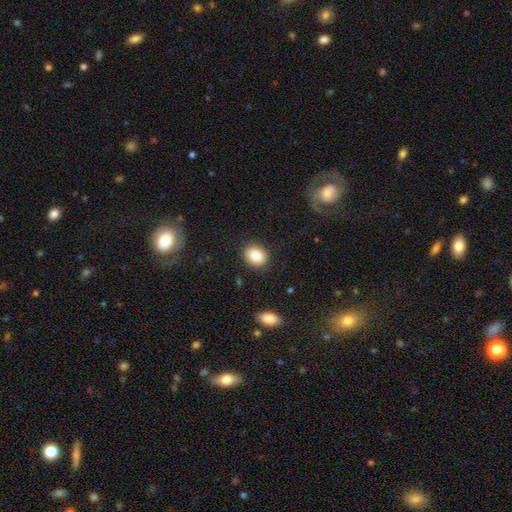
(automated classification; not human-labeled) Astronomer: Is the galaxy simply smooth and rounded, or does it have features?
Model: smooth — 85%.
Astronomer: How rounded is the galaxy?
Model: round — 57% (runner-up: in between, 42%).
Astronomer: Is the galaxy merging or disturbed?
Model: none — 88%.